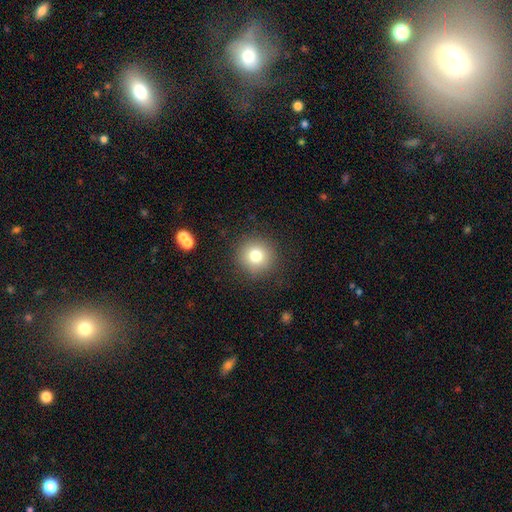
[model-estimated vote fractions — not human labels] smooth-or-featured: smooth: 77% | star or artifact: 13% | featured or disk: 10%
  how-rounded: round: 95% | in between: 4% | cigar-shaped: 1%
  merging: none: 89% | minor disturbance: 7% | major disturbance: 3% | merger: 2%